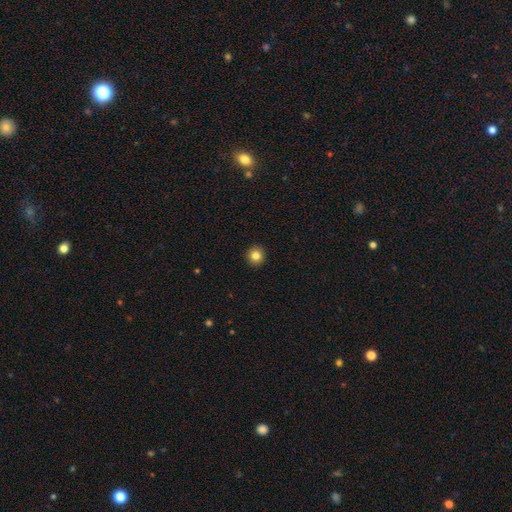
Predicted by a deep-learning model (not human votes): This is clearly a smooth galaxy (83%). How rounded: clearly round (92%). Merging: clearly none (93%).